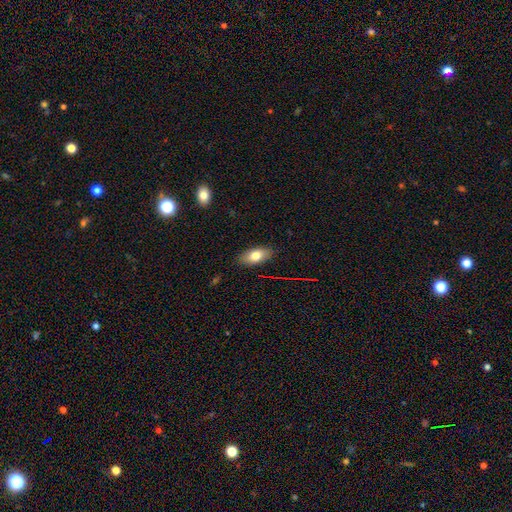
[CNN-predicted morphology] Smooth or featured? smooth (77%)
How rounded? in between (88%)
Merging? none (87%)